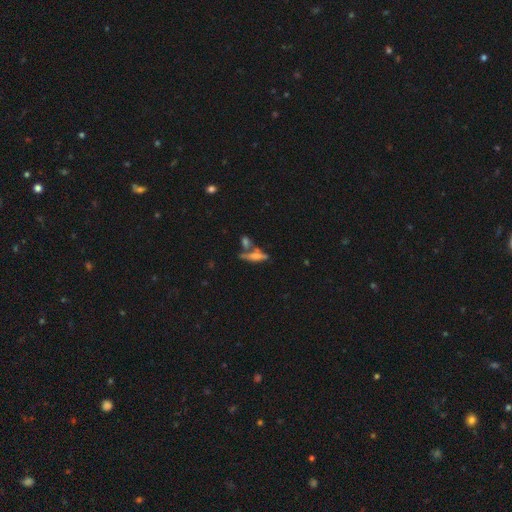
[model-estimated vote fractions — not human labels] Smooth or featured? Predicted: smooth (p=0.45). Merging? Predicted: none (p=0.50).